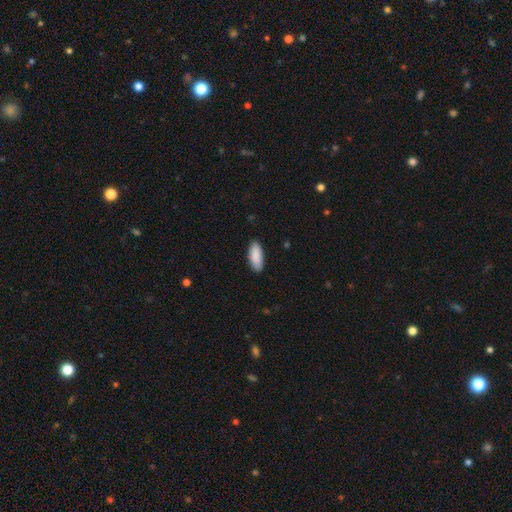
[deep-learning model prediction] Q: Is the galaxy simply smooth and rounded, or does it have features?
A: smooth — 89%.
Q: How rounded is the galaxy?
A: in between — 77%.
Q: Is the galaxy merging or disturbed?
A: none — 86%.